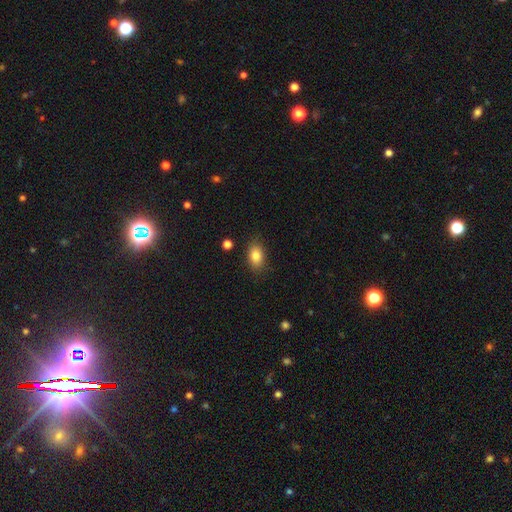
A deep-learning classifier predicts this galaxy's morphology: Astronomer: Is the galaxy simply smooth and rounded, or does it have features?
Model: smooth — 84%.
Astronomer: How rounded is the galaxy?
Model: in between — 85%.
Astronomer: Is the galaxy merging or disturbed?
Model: none — 84%.